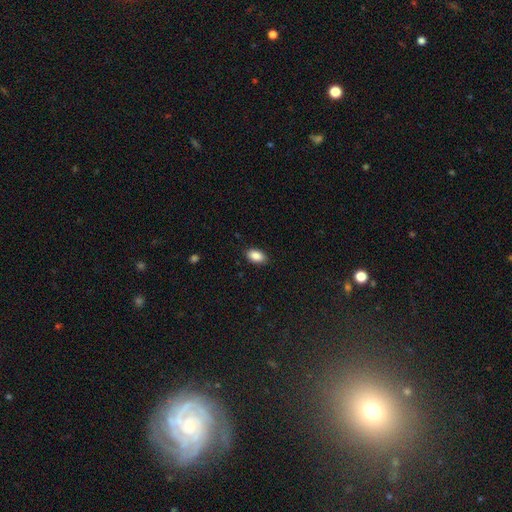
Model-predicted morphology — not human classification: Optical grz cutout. It shows a smooth galaxy with no disk features (89%) that is in between round and cigar-shaped (93%). Merging: none (87%).